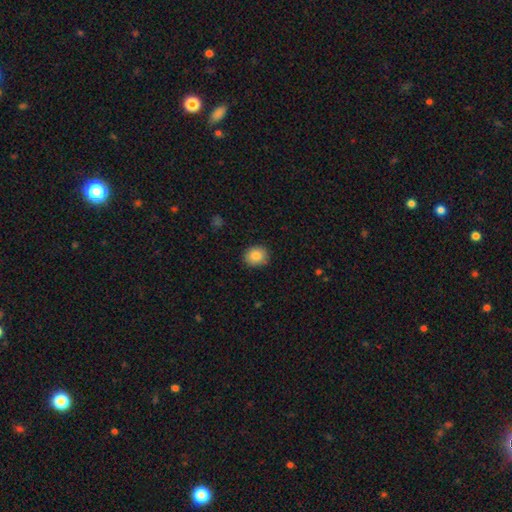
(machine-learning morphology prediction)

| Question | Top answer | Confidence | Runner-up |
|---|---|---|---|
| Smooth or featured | smooth | 85% | star or artifact (9%) |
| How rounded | round | 68% | in between (31%) |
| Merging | none | 87% | minor disturbance (10%) |